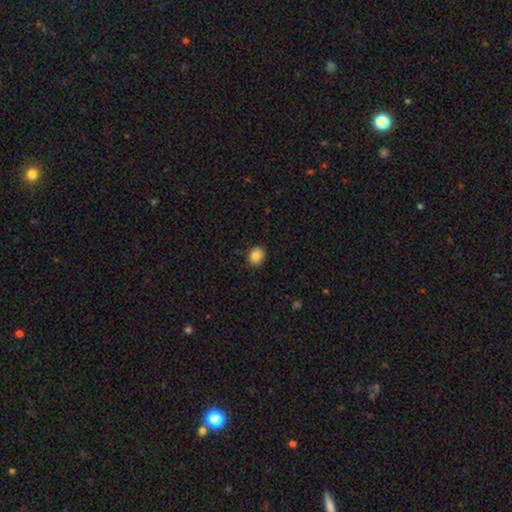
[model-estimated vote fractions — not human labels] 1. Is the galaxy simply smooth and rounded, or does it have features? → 86% smooth, 9% star or artifact, 5% featured or disk.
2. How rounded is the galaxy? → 62% round, 38% in between, 1% cigar-shaped.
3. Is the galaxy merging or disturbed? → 88% none, 9% minor disturbance, 2% major disturbance, 1% merger.